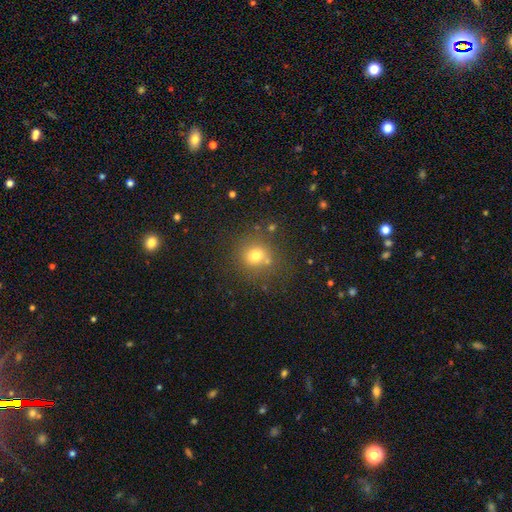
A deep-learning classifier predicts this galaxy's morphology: smooth-or-featured: smooth: 72% | star or artifact: 17% | featured or disk: 11%
  how-rounded: round: 87% | in between: 12% | cigar-shaped: 1%
  merging: none: 73% | minor disturbance: 12% | merger: 10% | major disturbance: 5%